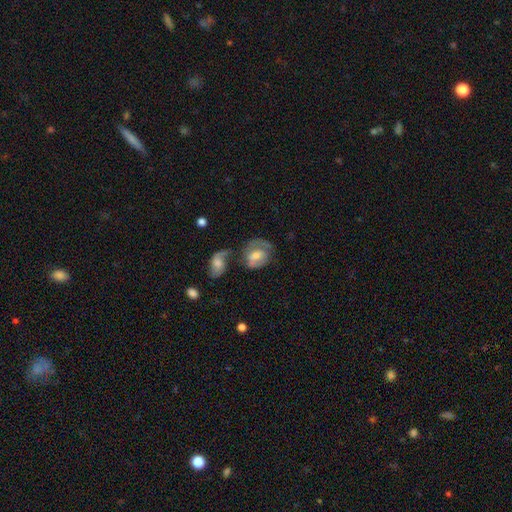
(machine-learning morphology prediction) smooth_or_featured: featured or disk (p=0.56) [alt: smooth p=0.37]
disk_edge_on: no (p=0.95) [alt: yes p=0.05]
bar: no (p=0.47) [alt: weak p=0.40]
has_spiral_arms: yes (p=0.65) [alt: no p=0.35]
bulge_size: moderate (p=0.53) [alt: small p=0.24]
merging: none (p=0.36) [alt: merger p=0.25]